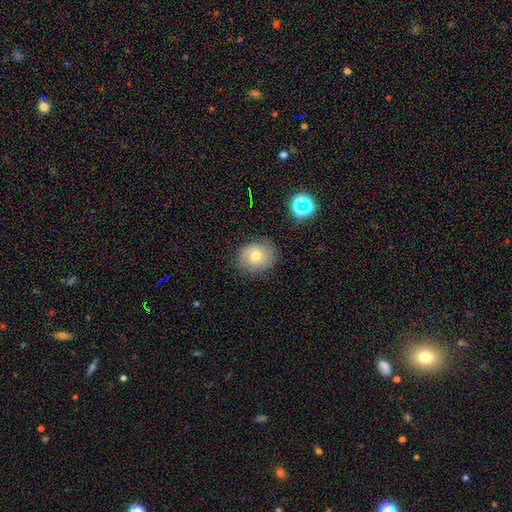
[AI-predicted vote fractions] Q: Smooth or featured?
A: smooth (61%); runner-up: featured or disk (26%)
Q: How rounded?
A: round (69%); runner-up: in between (30%)
Q: Merging?
A: none (79%); runner-up: minor disturbance (15%)